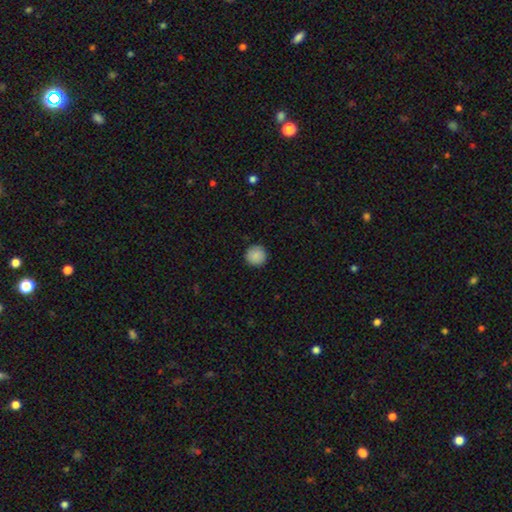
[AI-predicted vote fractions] Q: Smooth or featured?
A: smooth (88%); runner-up: star or artifact (8%)
Q: How rounded?
A: round (95%); runner-up: in between (4%)
Q: Merging?
A: none (91%); runner-up: minor disturbance (6%)